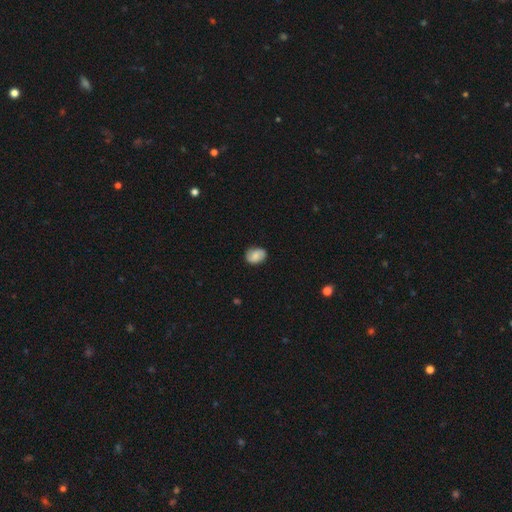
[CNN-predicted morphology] Smooth or featured? Predicted: smooth (p=0.63). How rounded? Predicted: in between (p=0.64). Merging? Predicted: none (p=0.82).